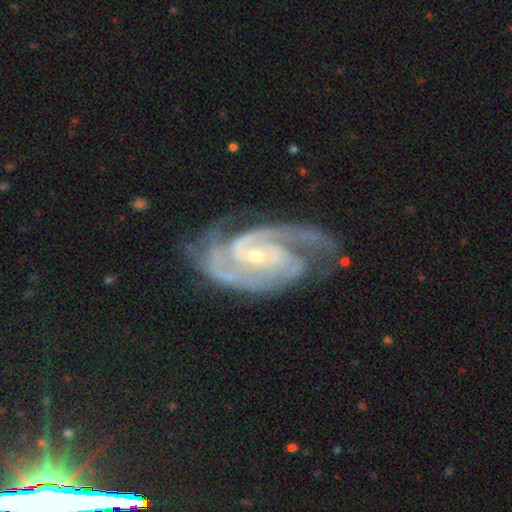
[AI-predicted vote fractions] This is clearly a featured or disk galaxy (92%). It is clearly not viewed edge-on (97%). Bar: possibly no (45%). Spiral arm pattern: clearly yes (98%). Spiral arm count: possibly 2 (50%). Spiral winding: possibly tight (57%). Central bulge: likely small (70%). Merging: likely none (68%).